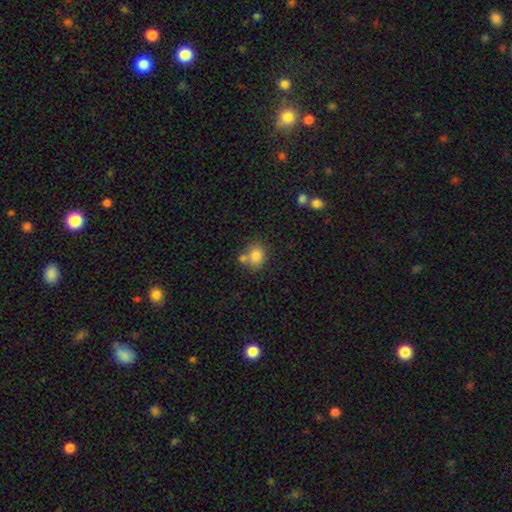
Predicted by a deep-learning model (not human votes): Smooth or featured? Predicted: smooth (p=0.81). How rounded? Predicted: round (p=0.69). Merging? Predicted: none (p=0.54).